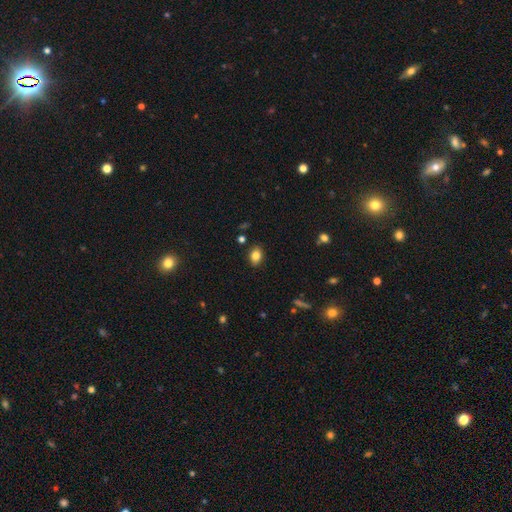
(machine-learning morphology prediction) Smooth or featured? smooth (82%)
How rounded? in between (69%)
Merging? none (87%)